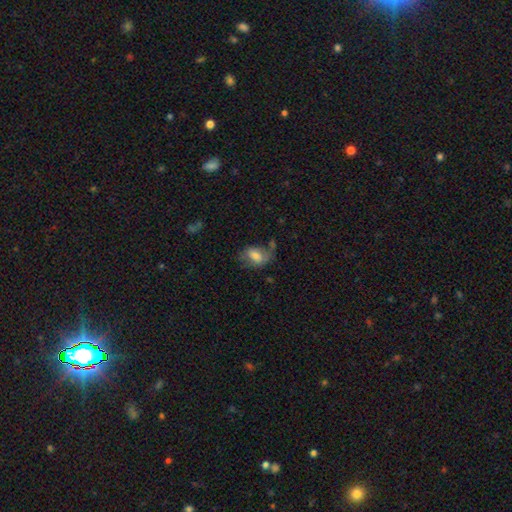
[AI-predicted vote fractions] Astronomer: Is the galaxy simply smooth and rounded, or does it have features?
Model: smooth — 67%.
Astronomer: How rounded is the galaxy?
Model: in between — 81%.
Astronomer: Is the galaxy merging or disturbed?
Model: none — 50% (runner-up: minor disturbance, 26%).